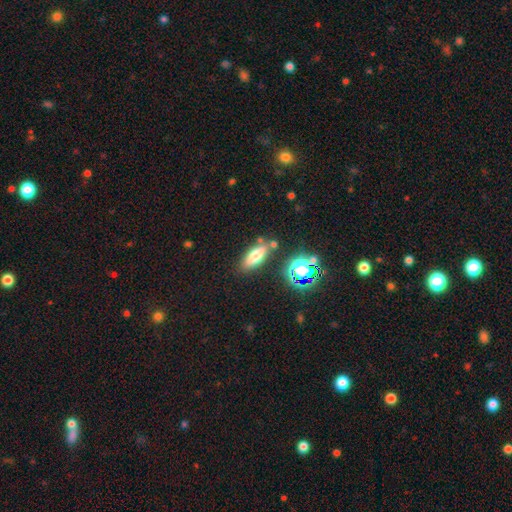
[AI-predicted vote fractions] Smooth or featured? Predicted: smooth (p=0.67). How rounded? Predicted: in between (p=0.63). Merging? Predicted: none (p=0.76).